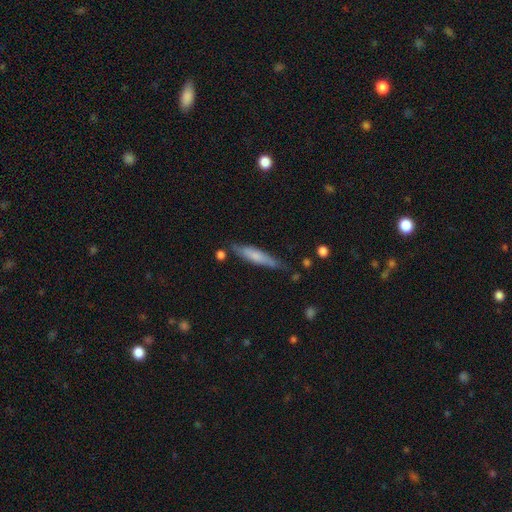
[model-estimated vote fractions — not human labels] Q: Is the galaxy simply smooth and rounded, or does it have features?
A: smooth — 64%.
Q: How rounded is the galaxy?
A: cigar-shaped — 84%.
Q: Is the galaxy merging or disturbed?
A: none — 72%.